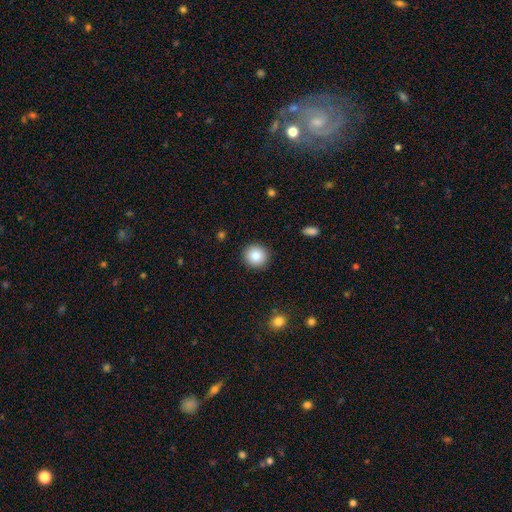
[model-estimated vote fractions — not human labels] smooth 83%, star or artifact 9%, featured or disk 8%. Down the decision tree: how rounded — round (94%); merging — none (91%).